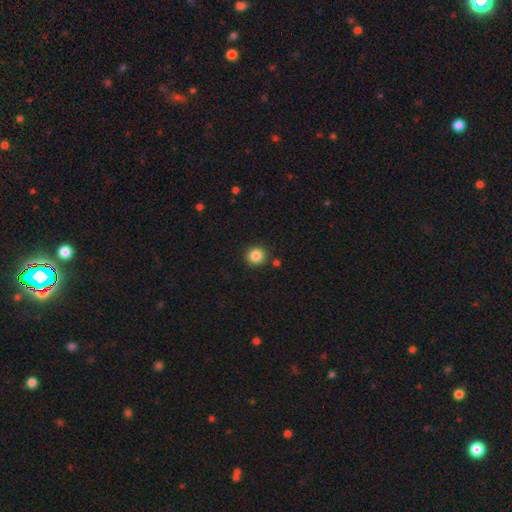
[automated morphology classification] A smooth galaxy with no disk features (86%) that is round (93%).

Vote fractions:
- Smooth or featured? smooth: 86% / star or artifact: 10% / featured or disk: 4%
- How rounded? round: 93% / in between: 6% / cigar-shaped: 1%
- Merging? none: 89% / minor disturbance: 6% / merger: 3% / major disturbance: 2%